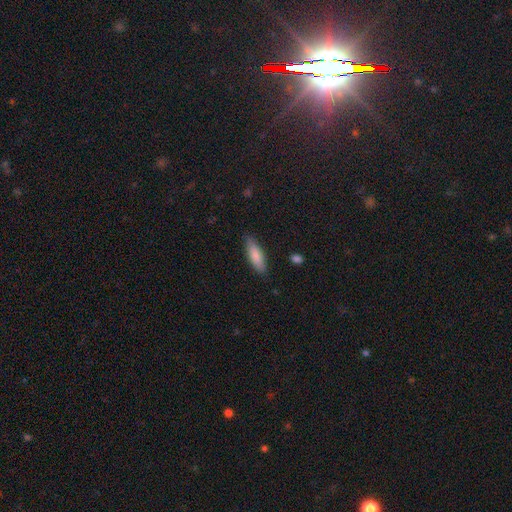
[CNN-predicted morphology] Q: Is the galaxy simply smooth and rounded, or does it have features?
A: smooth — 83%.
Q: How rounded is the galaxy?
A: in between — 50%.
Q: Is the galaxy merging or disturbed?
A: none — 85%.